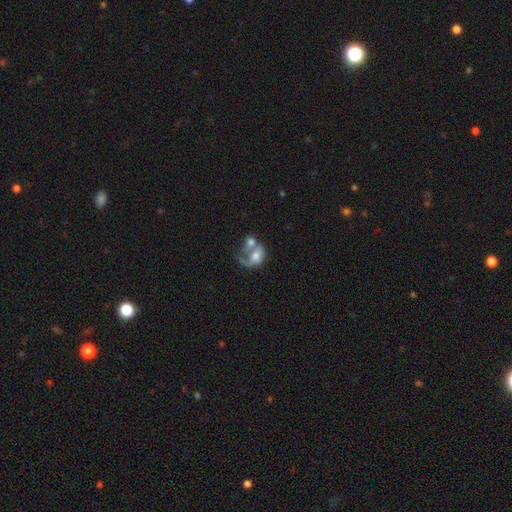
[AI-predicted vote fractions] Smooth or featured: featured or disk — 48% (smooth — 43%)
Merging: merger — 62% (major disturbance — 19%)